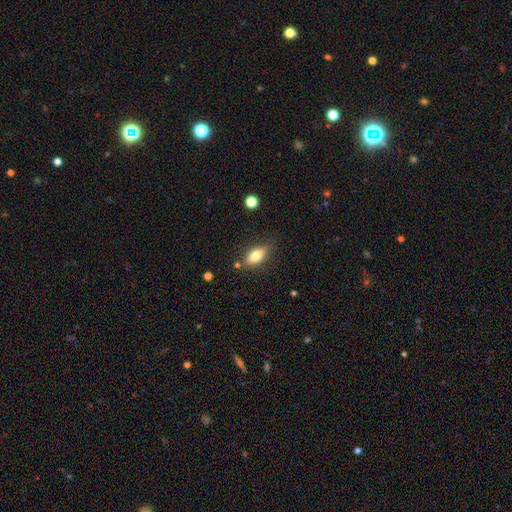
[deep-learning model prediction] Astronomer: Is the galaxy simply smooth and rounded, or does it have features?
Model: smooth — 76%.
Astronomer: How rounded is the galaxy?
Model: in between — 85%.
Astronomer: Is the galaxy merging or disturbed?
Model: none — 79%.